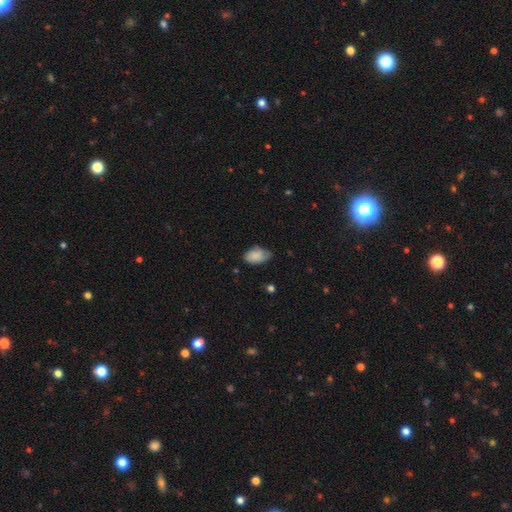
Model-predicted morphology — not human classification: Smooth or featured: smooth — 81% (featured or disk — 12%)
How rounded: in between — 90% (round — 8%)
Merging: none — 55% (minor disturbance — 35%)